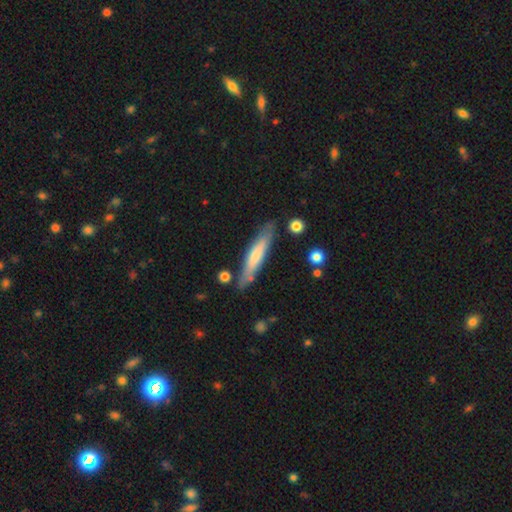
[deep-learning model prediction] A smooth galaxy with no disk features (54%) that is cigar-shaped (88%). Merging: none (81%).